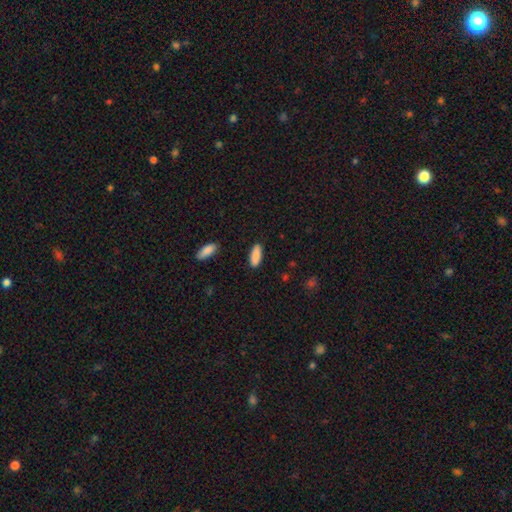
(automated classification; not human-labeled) smooth_or_featured: smooth (p=0.89) [alt: star or artifact p=0.06]
how_rounded: in between (p=0.71) [alt: cigar-shaped p=0.27]
merging: none (p=0.88) [alt: minor disturbance p=0.09]